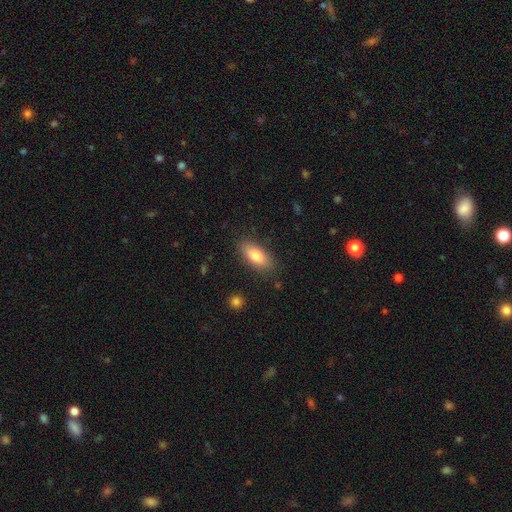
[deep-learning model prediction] smooth 80%, featured or disk 13%, star or artifact 7%. Down the decision tree: how rounded — in between (82%); merging — none (85%).